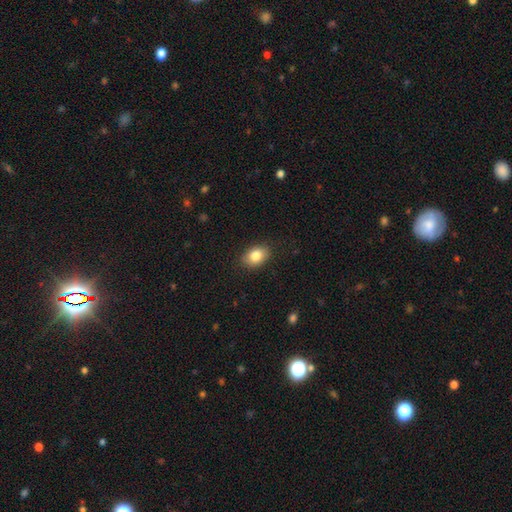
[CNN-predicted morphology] Q: Smooth or featured?
A: smooth (83%); runner-up: featured or disk (9%)
Q: How rounded?
A: in between (80%); runner-up: round (19%)
Q: Merging?
A: none (87%); runner-up: minor disturbance (10%)